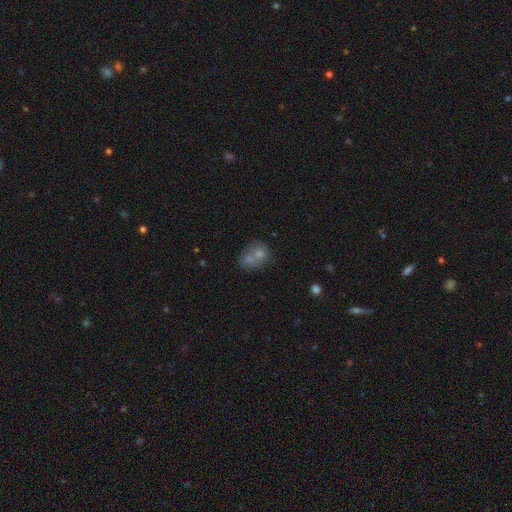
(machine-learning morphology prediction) smooth-or-featured: smooth: 67% | featured or disk: 20% | star or artifact: 13%
  how-rounded: round: 52% | in between: 47% | cigar-shaped: 1%
  merging: merger: 44% | none: 35% | minor disturbance: 13% | major disturbance: 7%